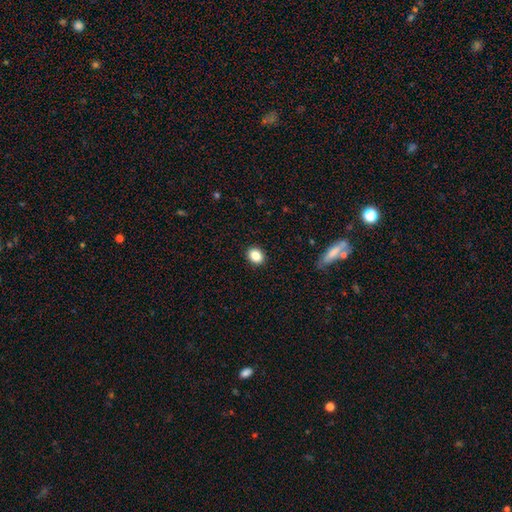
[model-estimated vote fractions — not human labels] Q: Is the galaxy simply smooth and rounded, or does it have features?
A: smooth — 86%.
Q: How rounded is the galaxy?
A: round — 50%.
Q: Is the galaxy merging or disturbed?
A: none — 91%.